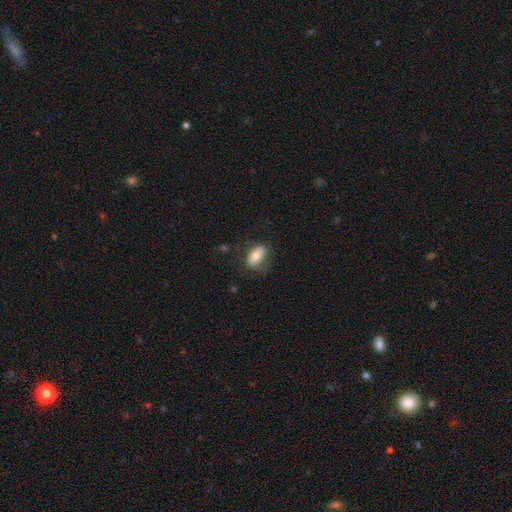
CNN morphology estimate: type=smooth (69%); roundness=in between (88%); merging=none (67%).